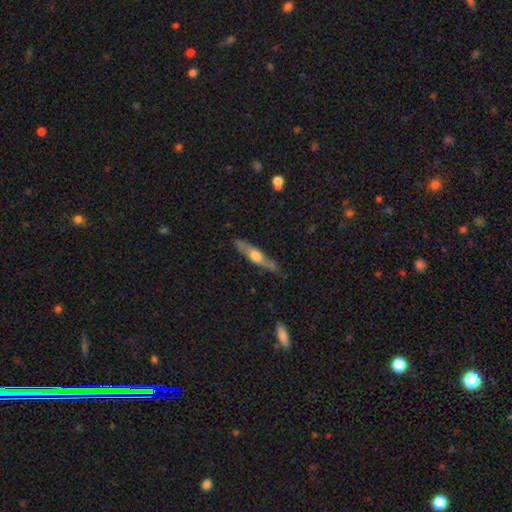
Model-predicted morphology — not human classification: smooth-or-featured: featured or disk: 55% | smooth: 39% | star or artifact: 5%
  disk-edge-on: yes: 87% | no: 13%
  merging: none: 81% | minor disturbance: 14% | major disturbance: 3% | merger: 2%